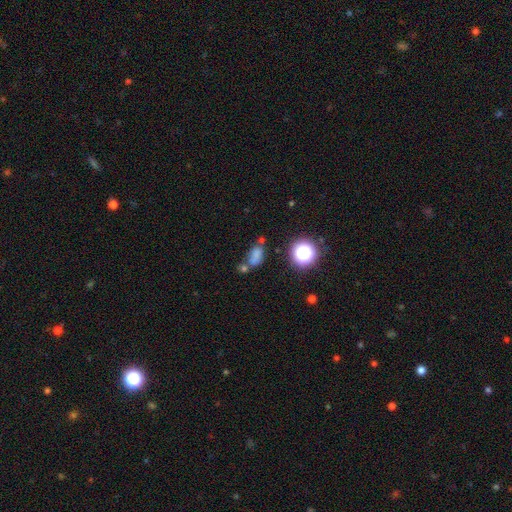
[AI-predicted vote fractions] A smooth galaxy with no disk features (68%) that is in between round and cigar-shaped (76%).

Vote fractions:
- Smooth or featured? smooth: 68% / star or artifact: 21% / featured or disk: 11%
- How rounded? in between: 76% / round: 19% / cigar-shaped: 5%
- Merging? none: 44% / merger: 30% / minor disturbance: 18% / major disturbance: 9%